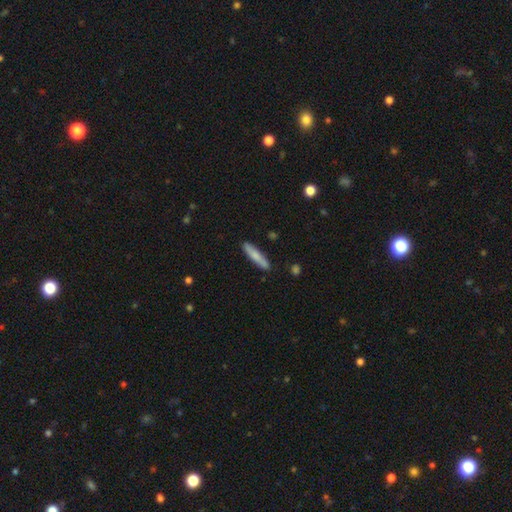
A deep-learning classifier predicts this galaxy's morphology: This is likely a smooth galaxy (74%). How rounded: clearly cigar-shaped (86%). Merging: clearly none (86%).